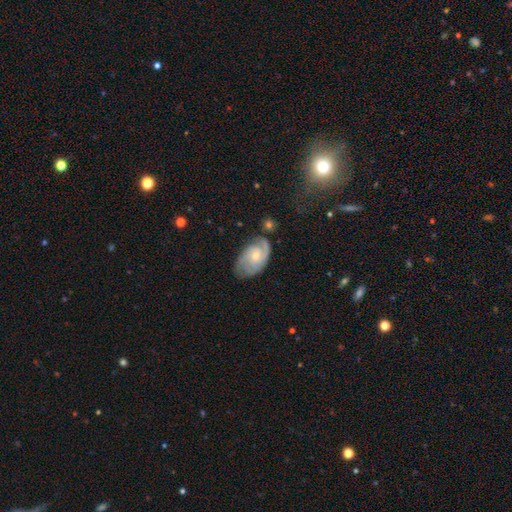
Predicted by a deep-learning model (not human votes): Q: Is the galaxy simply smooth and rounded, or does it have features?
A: featured or disk — 81%.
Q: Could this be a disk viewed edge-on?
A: no — 97%.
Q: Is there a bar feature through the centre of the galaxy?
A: no — 67%.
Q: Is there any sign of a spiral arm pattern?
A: yes — 96%.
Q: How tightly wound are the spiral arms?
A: tight — 51%.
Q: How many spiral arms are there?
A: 2 — 44%.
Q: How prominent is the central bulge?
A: small — 60%.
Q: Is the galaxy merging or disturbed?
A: none — 67%.